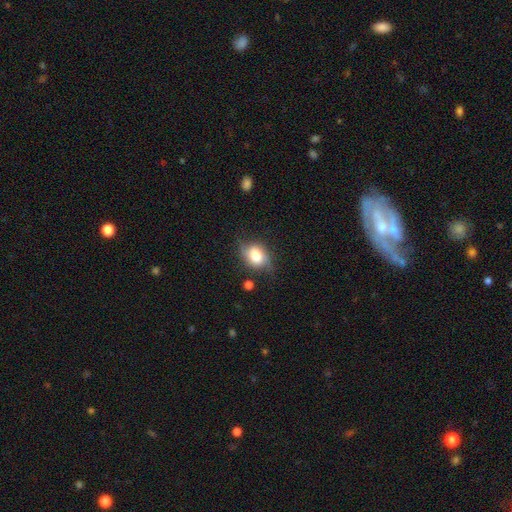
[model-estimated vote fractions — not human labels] Smooth or featured? smooth (62%)
How rounded? in between (62%)
Merging? none (57%)